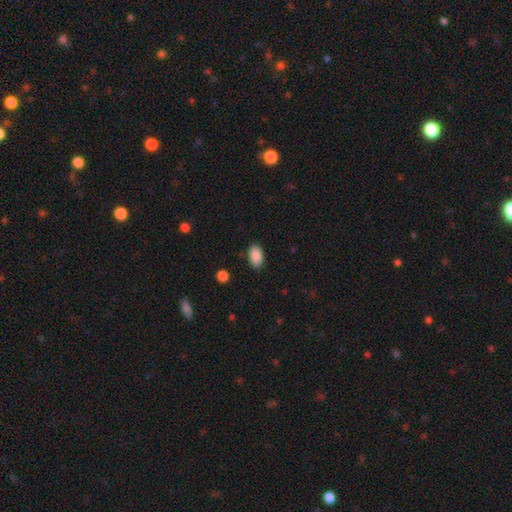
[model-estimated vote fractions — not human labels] This appears to be a smooth galaxy with no disk features (90%) that is in between round and cigar-shaped (93%). Merging: none (88%).